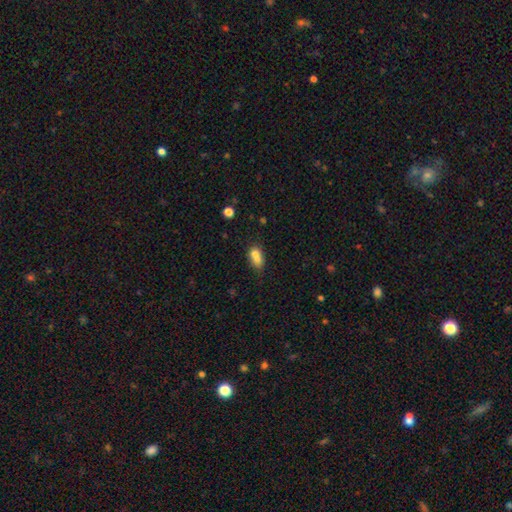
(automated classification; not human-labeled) smooth-or-featured: smooth: 75% | featured or disk: 15% | star or artifact: 10%
  how-rounded: in between: 77% | round: 17% | cigar-shaped: 5%
  merging: merger: 40% | none: 34% | minor disturbance: 18% | major disturbance: 7%